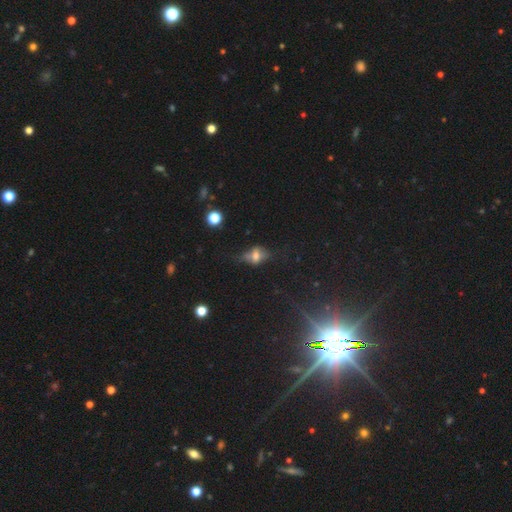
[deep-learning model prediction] Smooth or featured?
  - smooth: 45% *
  - featured or disk: 37%
  - star or artifact: 18%
Merging?
  - none: 48% *
  - minor disturbance: 25%
  - major disturbance: 21%
  - merger: 7%